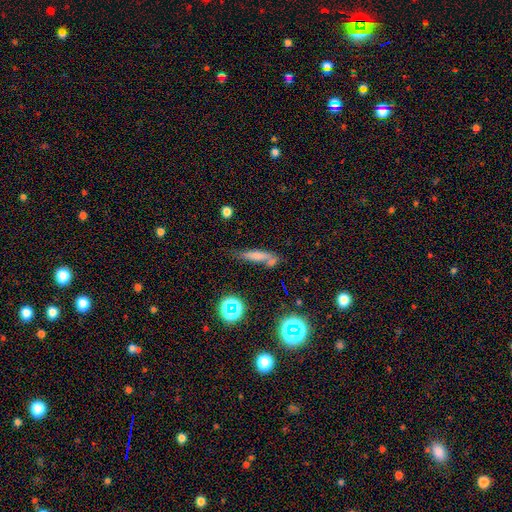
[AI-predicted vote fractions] Smooth or featured? smooth (56%)
How rounded? cigar-shaped (74%)
Merging? none (52%)